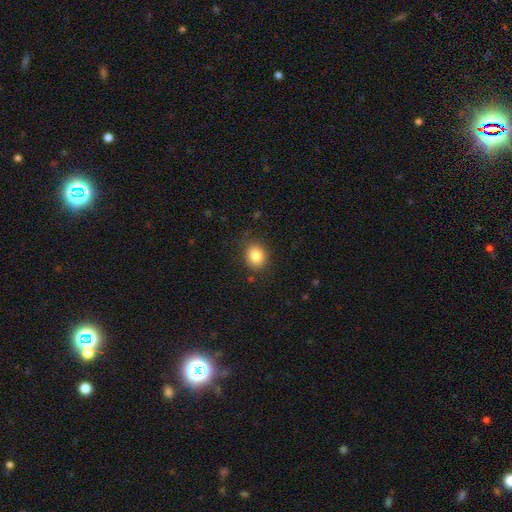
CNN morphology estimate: Smooth or featured? smooth (84%)
How rounded? round (69%)
Merging? none (86%)